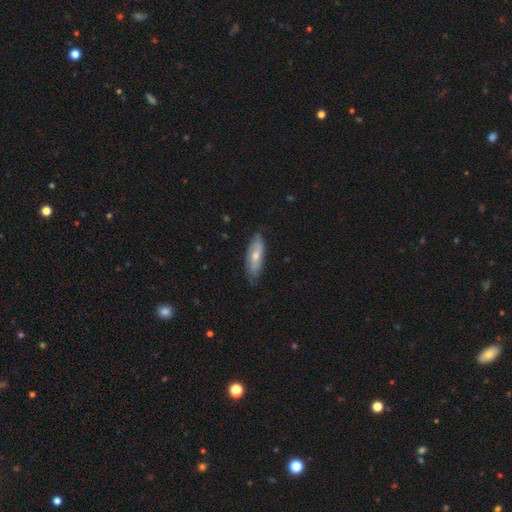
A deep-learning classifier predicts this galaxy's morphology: A featured or disk galaxy (49%).

Vote fractions:
- Smooth or featured? featured or disk: 49% / smooth: 44% / star or artifact: 6%
- Merging? none: 73% / minor disturbance: 21% / major disturbance: 4% / merger: 1%